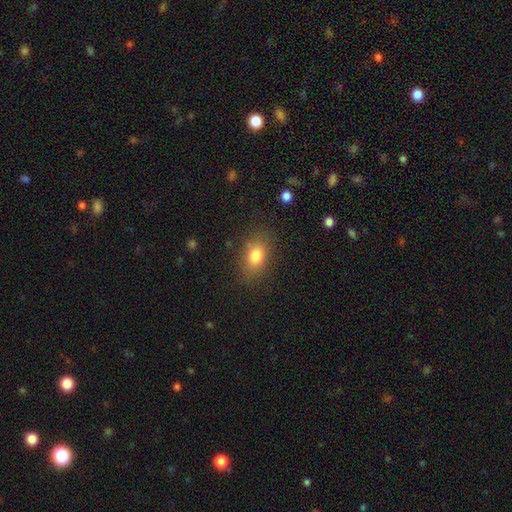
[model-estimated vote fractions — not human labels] Smooth or featured?
  - smooth: 80% *
  - star or artifact: 10%
  - featured or disk: 10%
How rounded?
  - in between: 79% *
  - round: 18%
  - cigar-shaped: 2%
Merging?
  - none: 81% *
  - minor disturbance: 13%
  - major disturbance: 4%
  - merger: 1%